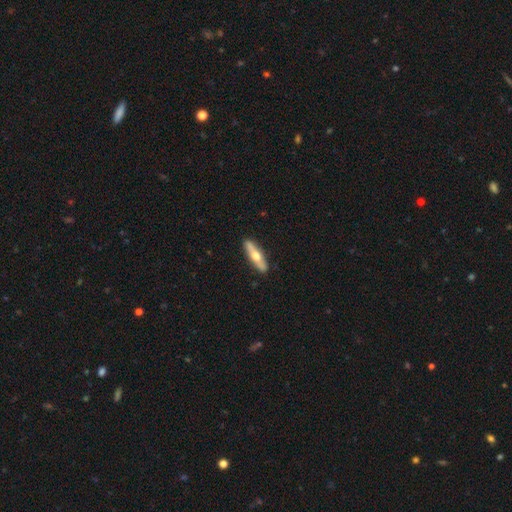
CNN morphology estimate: Q: Smooth or featured?
A: featured or disk (50%); runner-up: smooth (45%)
Q: Edge-on disk?
A: yes (87%); runner-up: no (13%)
Q: Merging?
A: none (89%); runner-up: minor disturbance (8%)